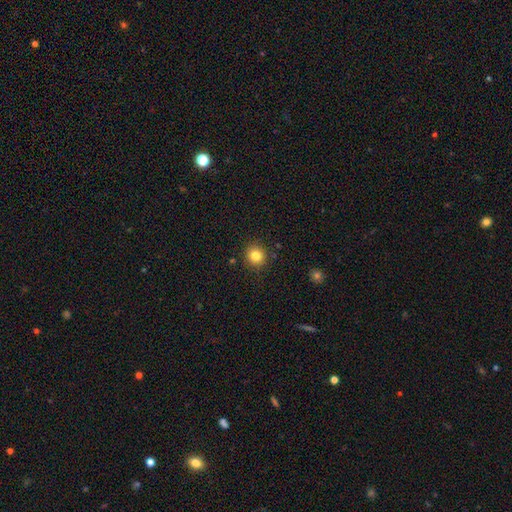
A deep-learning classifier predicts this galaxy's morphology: smooth 82%, star or artifact 12%, featured or disk 6%. Down the decision tree: how rounded — round (92%); merging — none (90%).